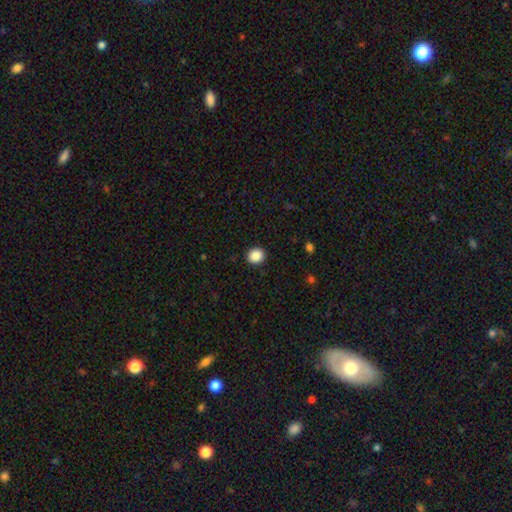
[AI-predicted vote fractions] Q: Smooth or featured?
A: smooth (87%); runner-up: star or artifact (9%)
Q: How rounded?
A: round (83%); runner-up: in between (16%)
Q: Merging?
A: none (92%); runner-up: minor disturbance (5%)